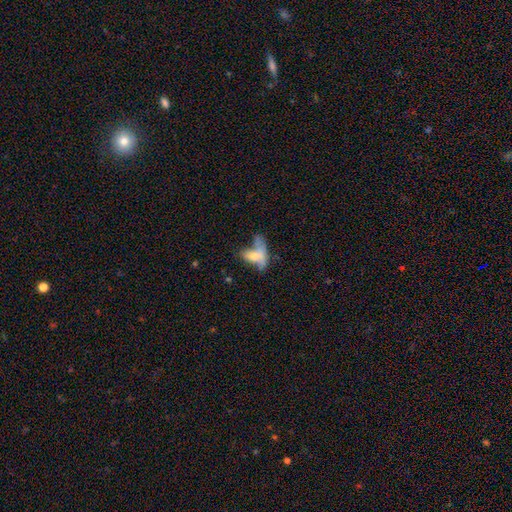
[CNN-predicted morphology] smooth_or_featured: smooth (p=0.57) [alt: featured or disk p=0.32]
how_rounded: in between (p=0.77) [alt: cigar-shaped p=0.14]
merging: merger (p=0.37) [alt: major disturbance p=0.27]